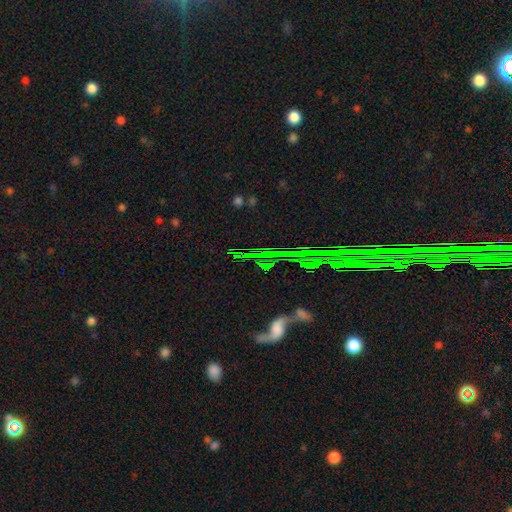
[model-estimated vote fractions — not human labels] Smooth or featured? Predicted: star or artifact (p=0.45).